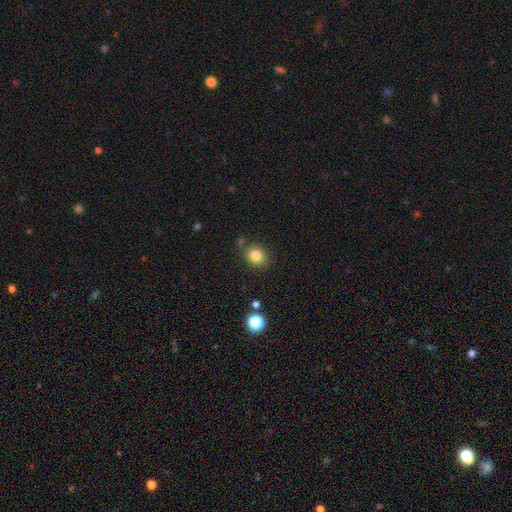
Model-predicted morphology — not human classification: smooth-or-featured: smooth: 82% | star or artifact: 12% | featured or disk: 6%
  how-rounded: round: 79% | in between: 20% | cigar-shaped: 1%
  merging: none: 81% | minor disturbance: 10% | merger: 5% | major disturbance: 3%